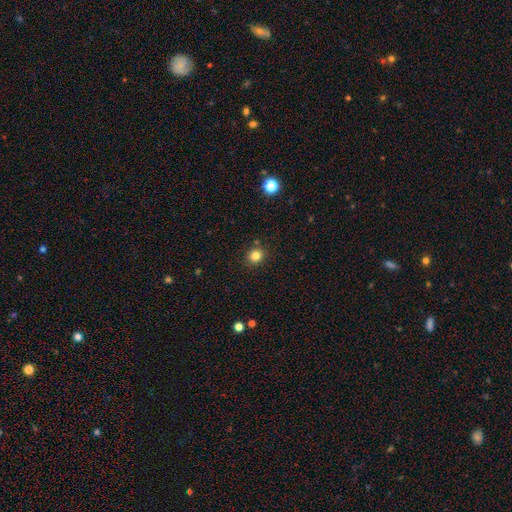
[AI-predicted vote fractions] Smooth or featured? smooth (81%)
How rounded? round (83%)
Merging? none (87%)